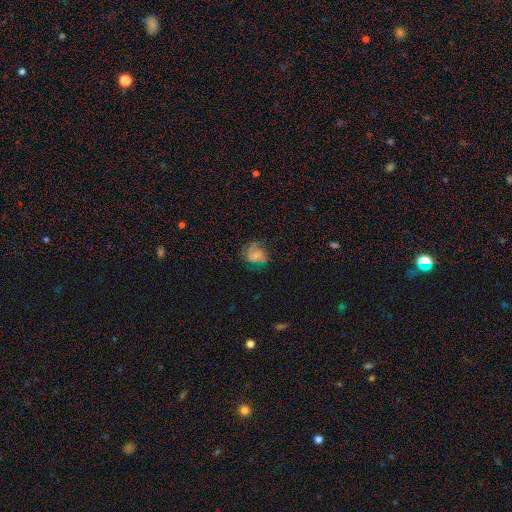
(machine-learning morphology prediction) smooth_or_featured: featured or disk (p=0.53) [alt: smooth p=0.37]
disk_edge_on: no (p=0.97) [alt: yes p=0.03]
bar: no (p=0.58) [alt: weak p=0.33]
has_spiral_arms: yes (p=0.83) [alt: no p=0.17]
bulge_size: small (p=0.53) [alt: moderate p=0.32]
merging: none (p=0.62) [alt: minor disturbance p=0.22]